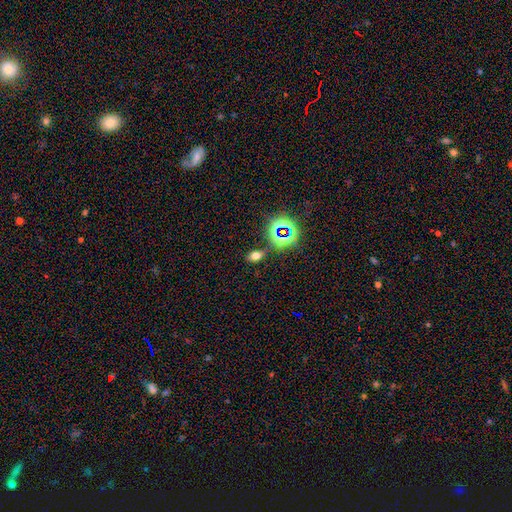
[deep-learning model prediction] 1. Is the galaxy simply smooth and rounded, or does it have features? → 58% smooth, 31% star or artifact, 12% featured or disk.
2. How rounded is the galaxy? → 80% in between, 17% round, 4% cigar-shaped.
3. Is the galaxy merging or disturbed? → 80% none, 11% minor disturbance, 5% merger, 4% major disturbance.